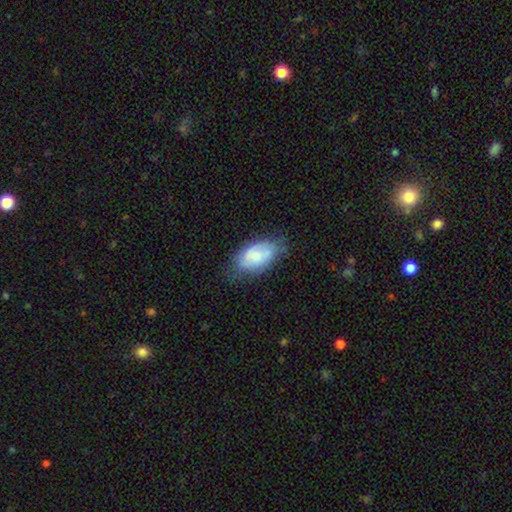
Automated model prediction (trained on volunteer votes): smooth_or_featured: smooth (p=0.63) [alt: featured or disk p=0.30]
how_rounded: in between (p=0.93) [alt: round p=0.04]
merging: none (p=0.58) [alt: minor disturbance p=0.31]